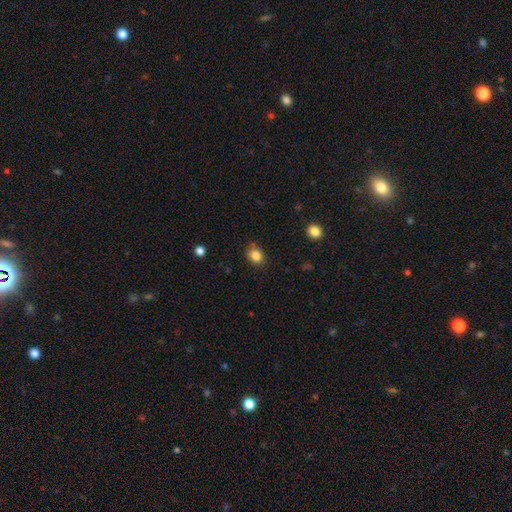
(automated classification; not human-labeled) This is clearly a smooth galaxy (84%). How rounded: likely round (64%). Merging: likely none (78%).